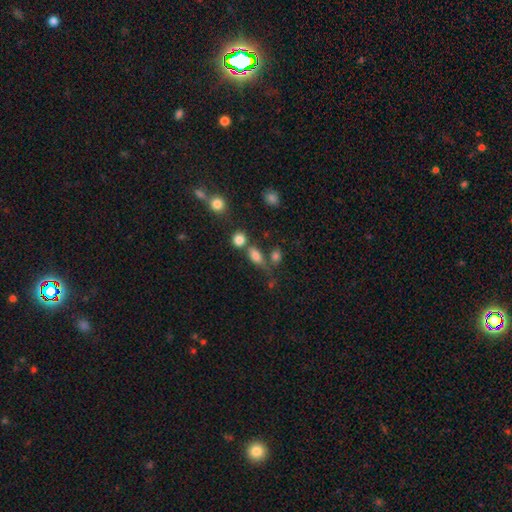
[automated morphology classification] type=smooth (75%); roundness=in between (73%); merging=none (52%).